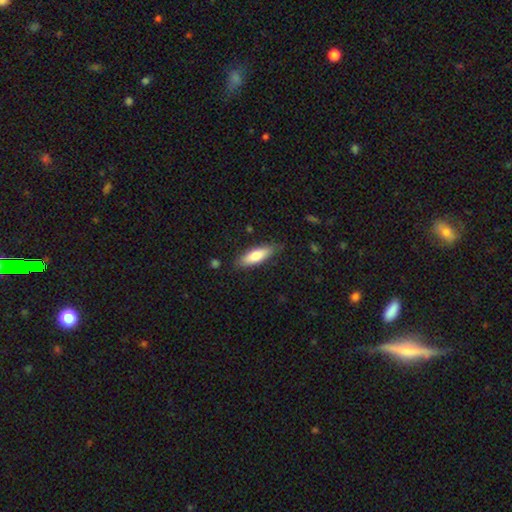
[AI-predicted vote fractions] Smooth or featured: smooth — 76% (featured or disk — 18%)
How rounded: in between — 49% (tied with cigar-shaped — 49%)
Merging: none — 83% (minor disturbance — 13%)